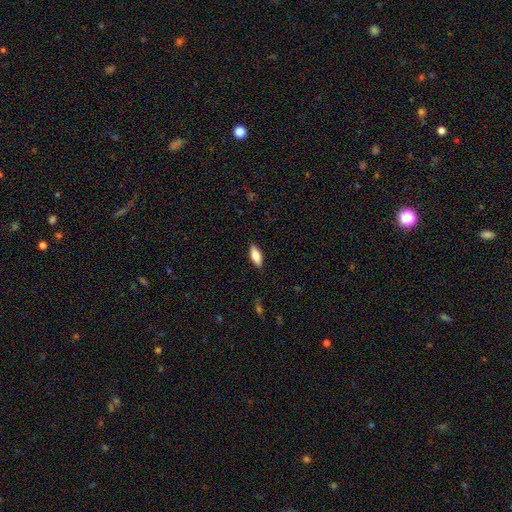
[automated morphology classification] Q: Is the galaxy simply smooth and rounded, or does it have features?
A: smooth — 81%.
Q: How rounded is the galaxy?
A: in between — 77%.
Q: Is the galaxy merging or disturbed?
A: none — 89%.